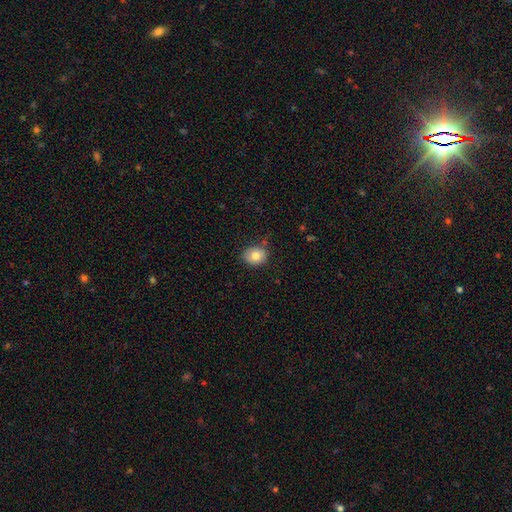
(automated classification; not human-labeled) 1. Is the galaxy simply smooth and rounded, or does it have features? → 79% smooth, 12% featured or disk, 9% star or artifact.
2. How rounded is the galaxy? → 59% round, 40% in between, 1% cigar-shaped.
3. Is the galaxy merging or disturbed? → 71% none, 22% minor disturbance, 4% major disturbance, 3% merger.